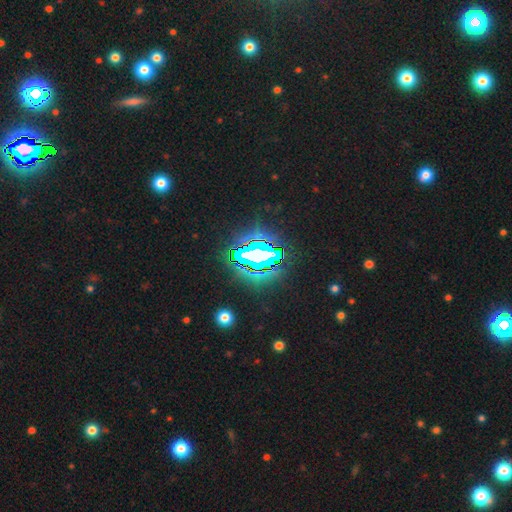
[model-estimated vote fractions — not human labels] Overall: star or artifact (73%).